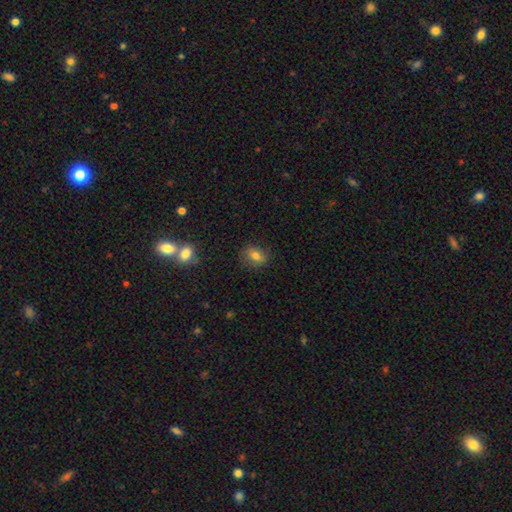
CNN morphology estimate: Smooth or featured: smooth — 74% (featured or disk — 15%)
How rounded: in between — 59% (round — 38%)
Merging: none — 80% (minor disturbance — 15%)